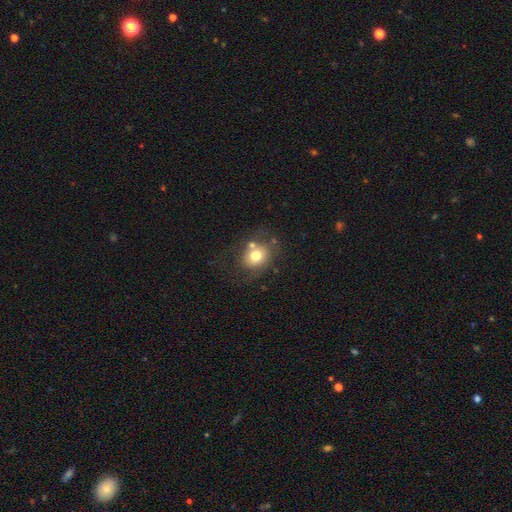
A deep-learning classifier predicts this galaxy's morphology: Smooth or featured?
  - smooth: 68% *
  - featured or disk: 21%
  - star or artifact: 11%
How rounded?
  - round: 64% *
  - in between: 35%
  - cigar-shaped: 1%
Merging?
  - none: 53% *
  - minor disturbance: 18%
  - merger: 17%
  - major disturbance: 12%